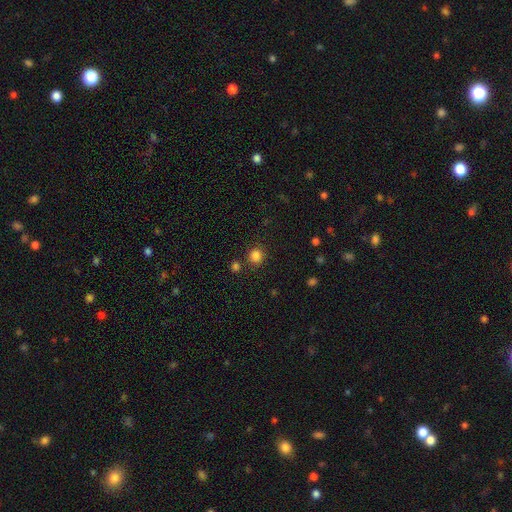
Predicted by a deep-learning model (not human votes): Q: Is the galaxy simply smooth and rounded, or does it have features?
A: smooth — 84%.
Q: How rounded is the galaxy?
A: round — 90%.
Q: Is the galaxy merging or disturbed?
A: none — 83%.